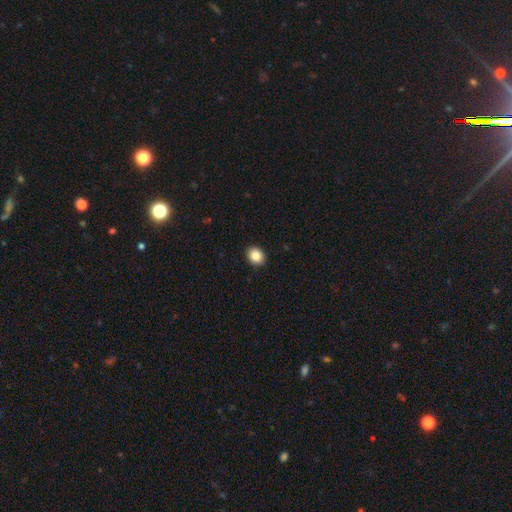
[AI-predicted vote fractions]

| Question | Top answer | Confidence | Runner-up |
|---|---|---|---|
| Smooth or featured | smooth | 85% | star or artifact (9%) |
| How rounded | round | 50% | in between (49%) |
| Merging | none | 92% | minor disturbance (6%) |